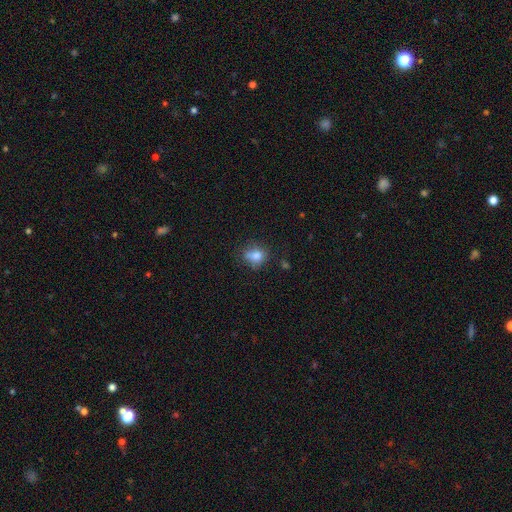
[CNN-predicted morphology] Smooth or featured?
  - smooth: 77% *
  - star or artifact: 11%
  - featured or disk: 11%
How rounded?
  - round: 61% *
  - in between: 37%
  - cigar-shaped: 2%
Merging?
  - none: 56% *
  - minor disturbance: 26%
  - major disturbance: 9%
  - merger: 8%